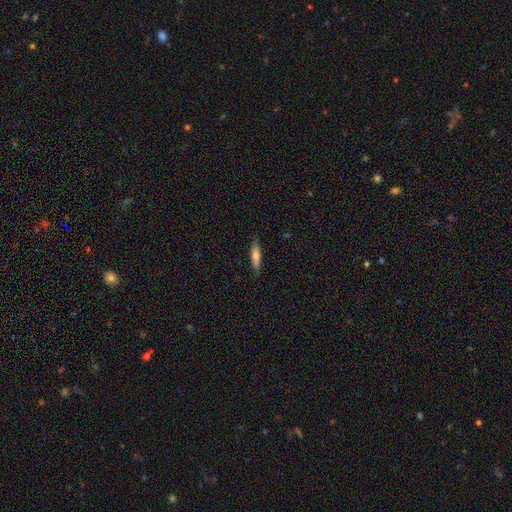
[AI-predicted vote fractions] A smooth galaxy with no disk features (69%) that is cigar-shaped (73%). Merging: none (86%).